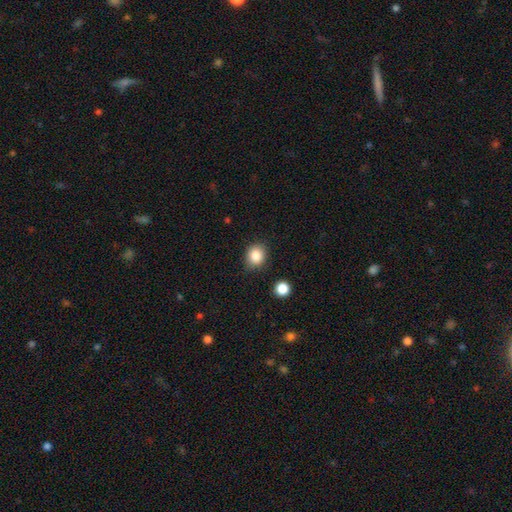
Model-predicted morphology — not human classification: Smooth or featured? Predicted: smooth (p=0.85). How rounded? Predicted: round (p=0.64). Merging? Predicted: none (p=0.81).